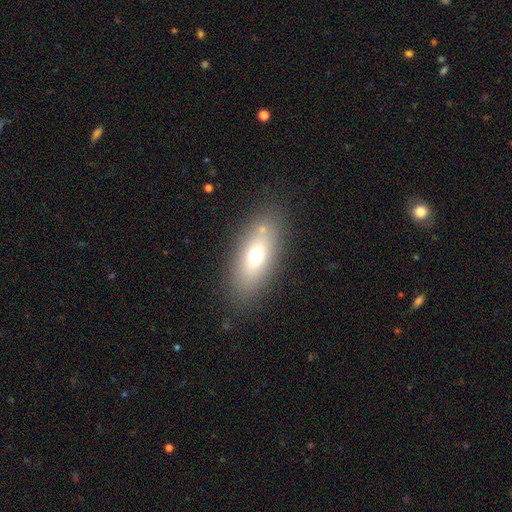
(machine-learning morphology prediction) type=smooth (66%); roundness=in between (80%); merging=none (79%).